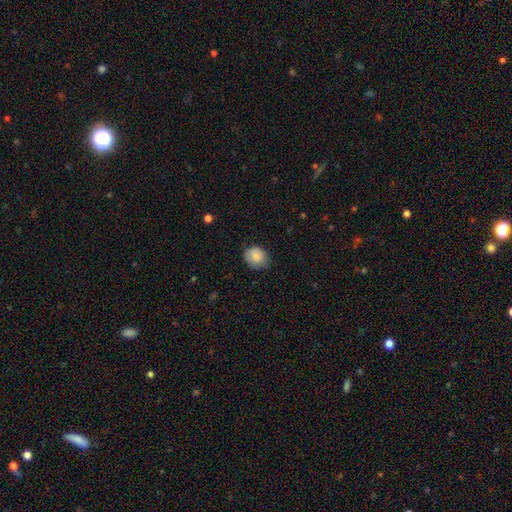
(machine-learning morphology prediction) smooth 86%, star or artifact 8%, featured or disk 6%. Down the decision tree: how rounded — round (66%); merging — none (70%).